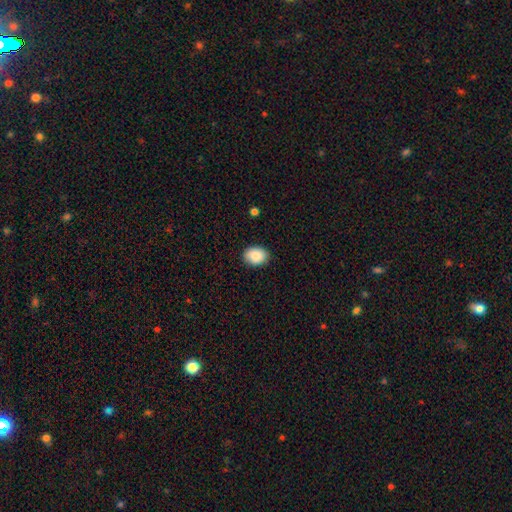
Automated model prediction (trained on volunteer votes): A smooth galaxy with no disk features (89%) that is in between round and cigar-shaped (69%). Merging: none (87%).